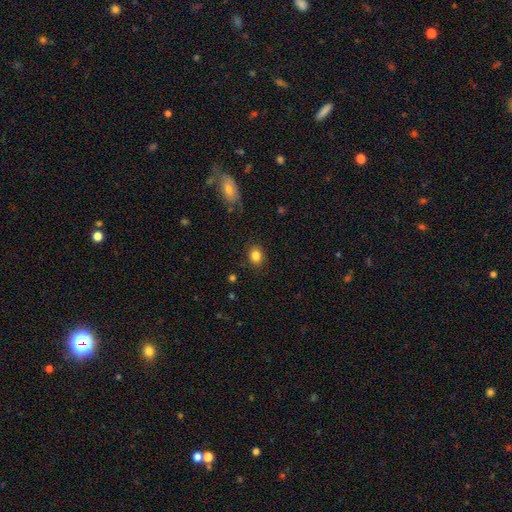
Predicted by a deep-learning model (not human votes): Smooth or featured: smooth — 84% (star or artifact — 10%)
How rounded: round — 56% (in between — 43%)
Merging: none — 87% (minor disturbance — 9%)